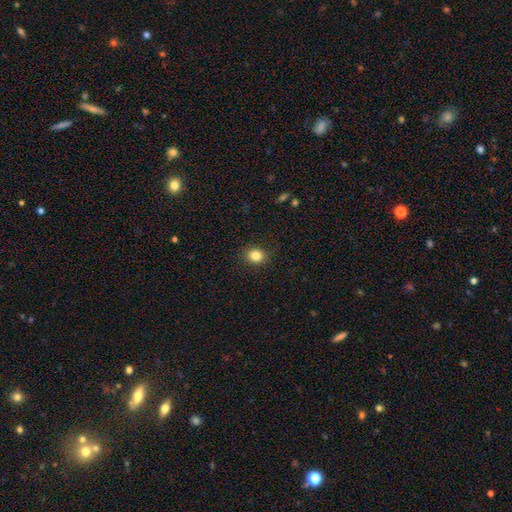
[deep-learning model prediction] Smooth or featured: smooth — 84% (star or artifact — 11%)
How rounded: round — 70% (in between — 29%)
Merging: none — 89% (minor disturbance — 8%)